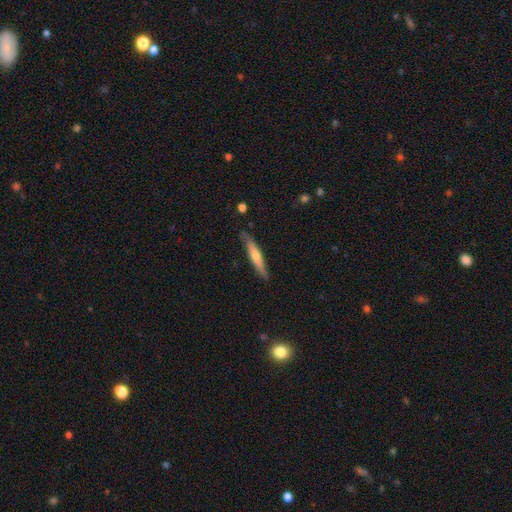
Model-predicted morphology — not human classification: Smooth or featured? Predicted: featured or disk (p=0.50). Merging? Predicted: none (p=0.84).